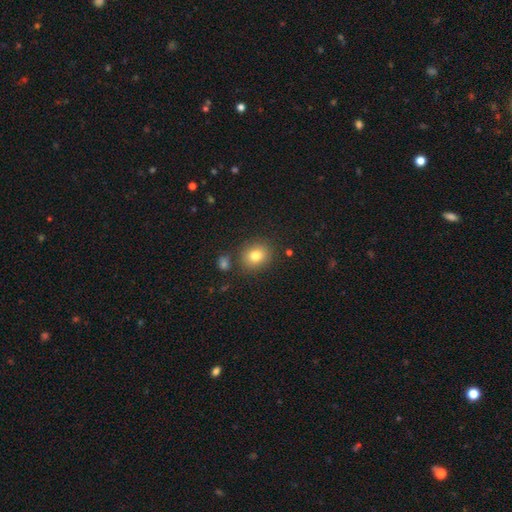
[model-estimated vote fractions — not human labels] smooth_or_featured: smooth (p=0.78) [alt: star or artifact p=0.12]
how_rounded: round (p=0.69) [alt: in between p=0.30]
merging: none (p=0.82) [alt: minor disturbance p=0.10]